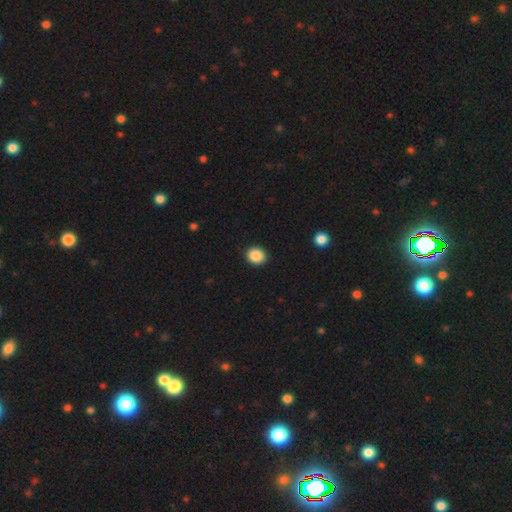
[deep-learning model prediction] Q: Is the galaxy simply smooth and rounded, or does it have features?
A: smooth — 88%.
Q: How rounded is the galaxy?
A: round — 78%.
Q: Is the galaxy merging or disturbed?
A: none — 92%.